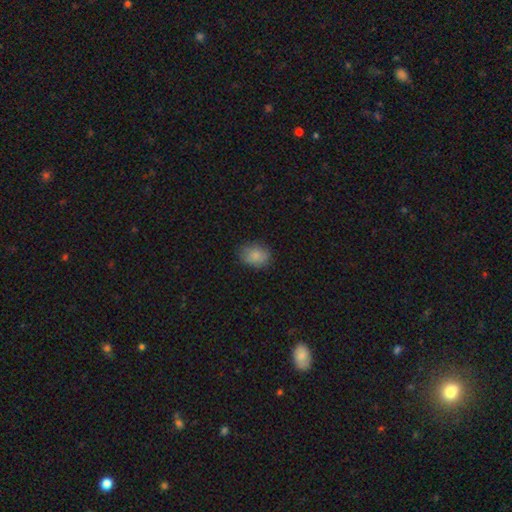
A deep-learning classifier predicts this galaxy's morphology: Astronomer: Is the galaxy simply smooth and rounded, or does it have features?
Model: smooth — 85%.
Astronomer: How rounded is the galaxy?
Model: in between — 59% (runner-up: round, 40%).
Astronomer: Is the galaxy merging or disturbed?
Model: none — 80%.